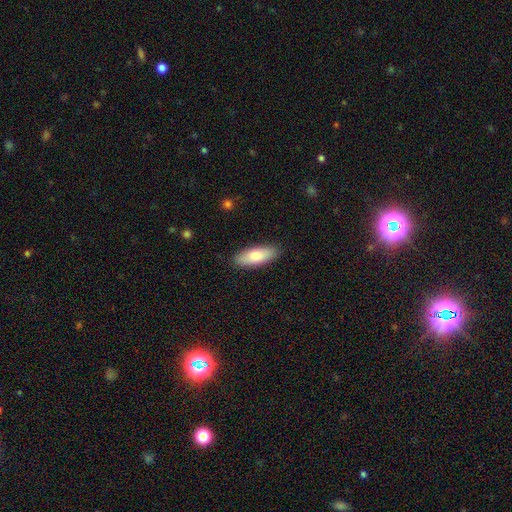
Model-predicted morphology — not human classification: Smooth or featured? smooth (76%)
How rounded? in between (73%)
Merging? none (89%)